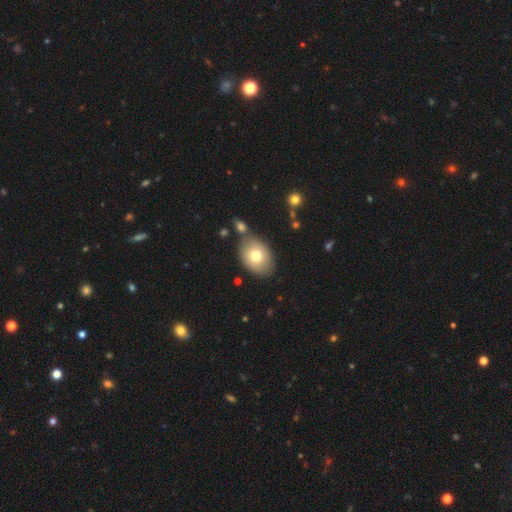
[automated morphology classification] Smooth or featured?
  - smooth: 73% *
  - featured or disk: 19%
  - star or artifact: 8%
How rounded?
  - in between: 74% *
  - round: 25%
  - cigar-shaped: 1%
Merging?
  - none: 72% *
  - minor disturbance: 13%
  - merger: 11%
  - major disturbance: 4%